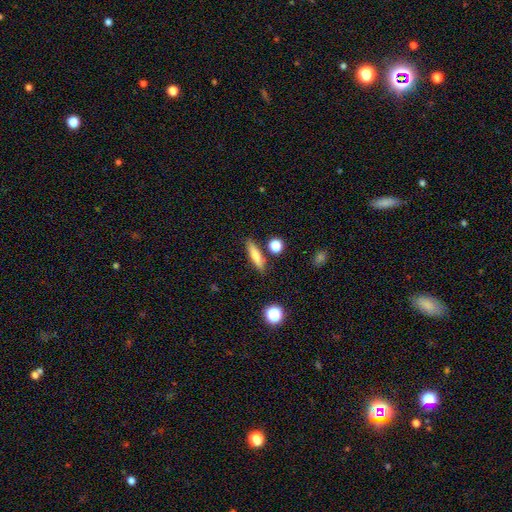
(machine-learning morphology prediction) Overall: smooth (69%). How rounded: cigar-shaped (72%). Merging: none (82%).